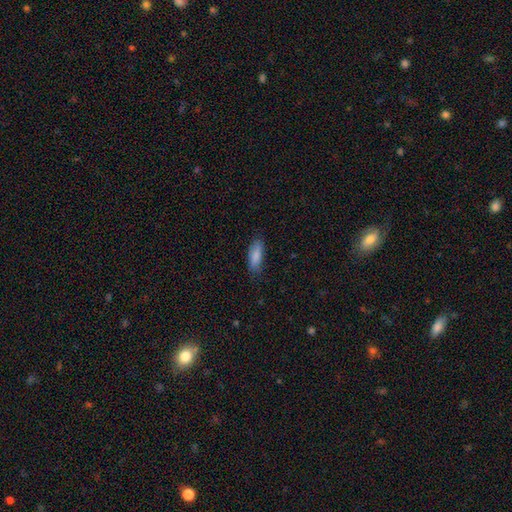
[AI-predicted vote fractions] A smooth galaxy with no disk features (86%) that is in between round and cigar-shaped (62%). Merging: none (79%).